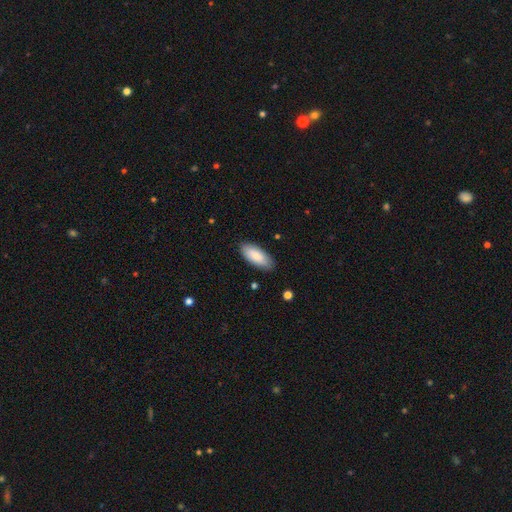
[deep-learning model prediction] This appears to be a smooth galaxy with no disk features (85%) that is in between round and cigar-shaped (86%). Merging: none (85%).